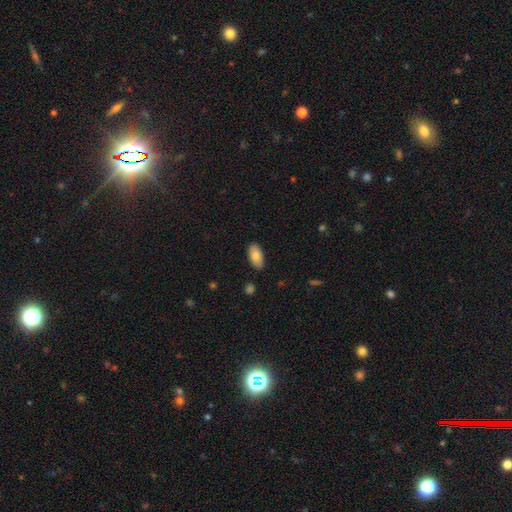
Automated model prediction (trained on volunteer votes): Smooth or featured? smooth (82%)
How rounded? in between (93%)
Merging? none (87%)